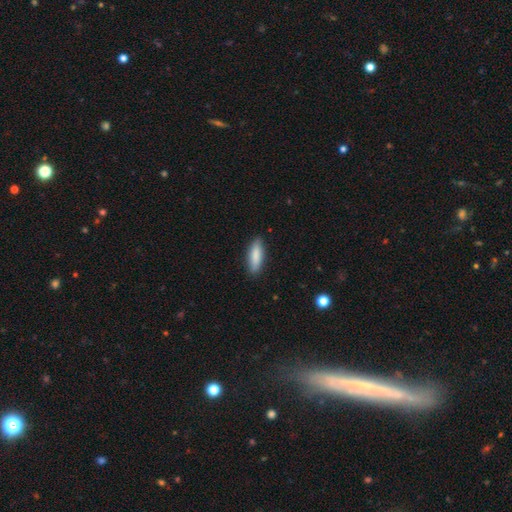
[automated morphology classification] Overall: smooth (85%). How rounded: cigar-shaped (50%; in between 48%). Merging: none (86%).